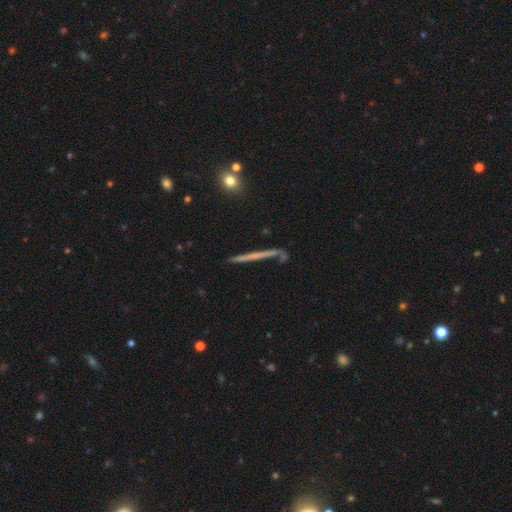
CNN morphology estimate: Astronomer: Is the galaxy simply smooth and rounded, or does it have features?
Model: featured or disk — 55% (runner-up: smooth, 36%).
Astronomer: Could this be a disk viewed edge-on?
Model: yes — 95%.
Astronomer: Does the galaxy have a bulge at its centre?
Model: none — 86%.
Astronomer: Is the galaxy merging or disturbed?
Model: none — 78%.